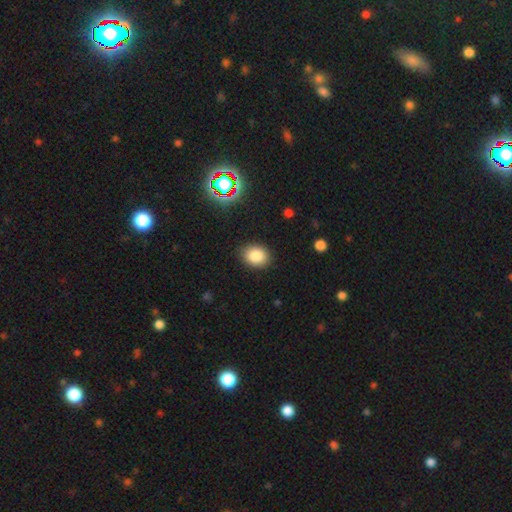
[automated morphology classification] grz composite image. It shows a smooth galaxy with no disk features (84%) that is in between round and cigar-shaped (54%). Merging: none (87%).